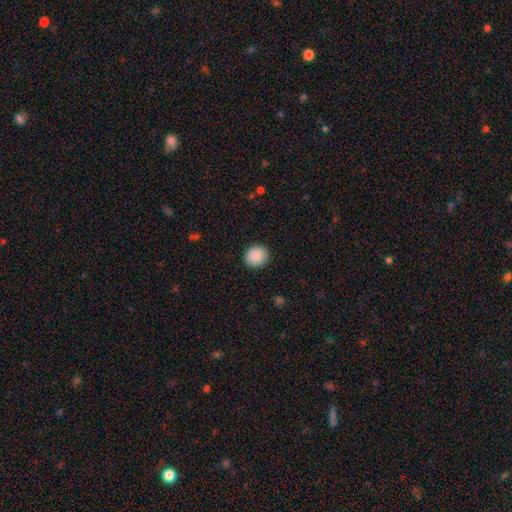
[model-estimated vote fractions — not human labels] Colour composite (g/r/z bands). It shows a smooth galaxy with no disk features (90%) that is round (81%). Merging: none (91%).